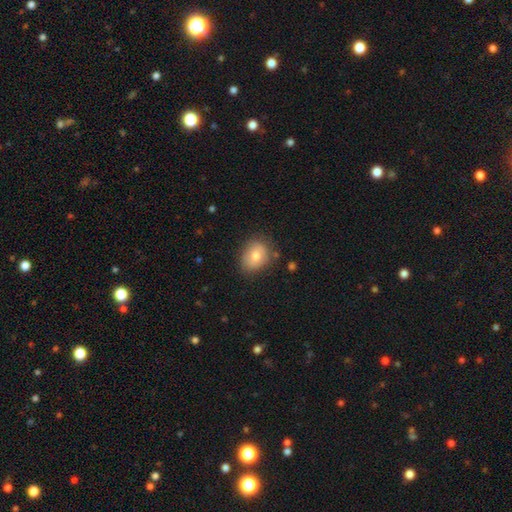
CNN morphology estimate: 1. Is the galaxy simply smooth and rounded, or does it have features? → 75% smooth, 17% featured or disk, 8% star or artifact.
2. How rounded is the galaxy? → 50% in between, 49% round, 1% cigar-shaped.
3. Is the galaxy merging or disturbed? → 76% none, 17% minor disturbance, 4% major disturbance, 2% merger.